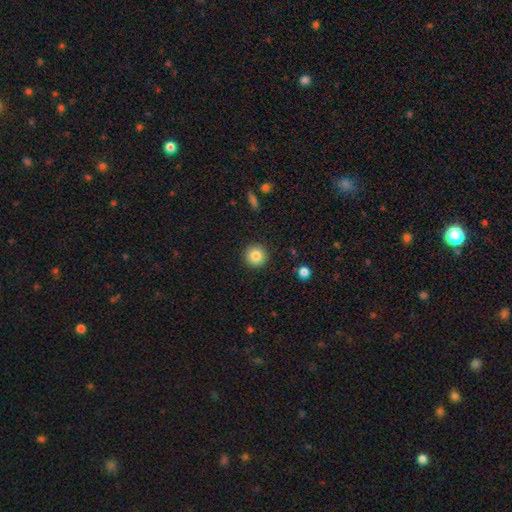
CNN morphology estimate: A smooth galaxy with no disk features (85%) that is round (95%).

Vote fractions:
- Smooth or featured? smooth: 85% / star or artifact: 9% / featured or disk: 6%
- How rounded? round: 95% / in between: 4% / cigar-shaped: 1%
- Merging? none: 92% / minor disturbance: 5% / major disturbance: 2% / merger: 1%